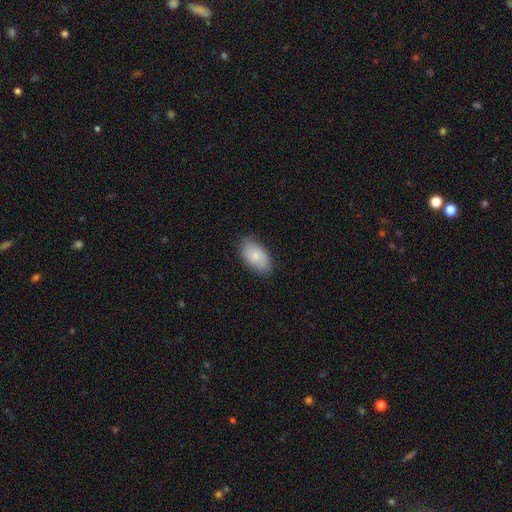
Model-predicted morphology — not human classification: Overall: smooth (78%). How rounded: in between (94%). Merging: none (82%).